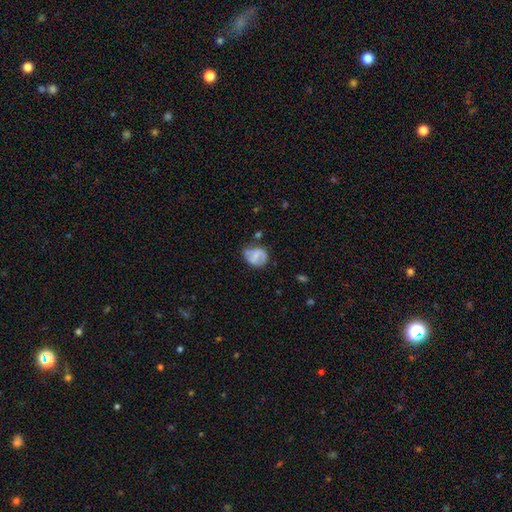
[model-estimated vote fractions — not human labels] Q: Smooth or featured?
A: smooth (51%); runner-up: featured or disk (40%)
Q: How rounded?
A: in between (50%); runner-up: round (49%)
Q: Merging?
A: none (55%); runner-up: minor disturbance (28%)